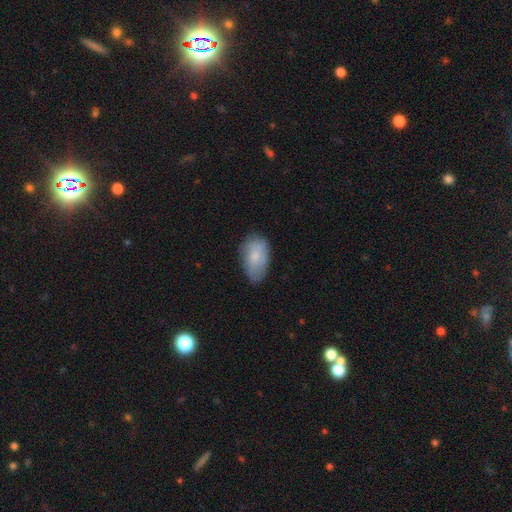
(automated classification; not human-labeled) The model was most divided on "merging": none: 62%, minor disturbance: 29%, major disturbance: 7%, merger: 1%. More confident: how rounded — in between (93%); smooth or featured — smooth (75%).